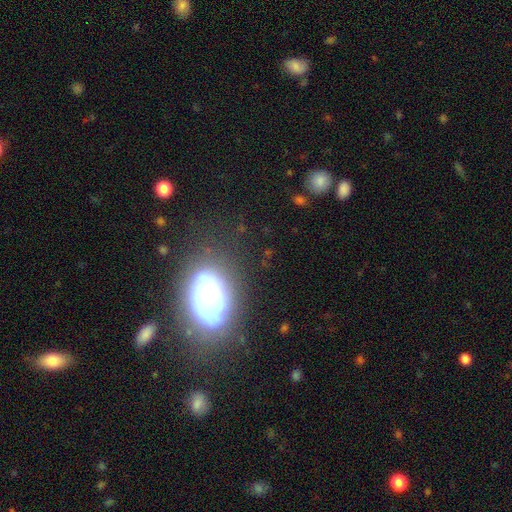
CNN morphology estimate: Smooth or featured? featured or disk (44%)
Merging? none (66%)